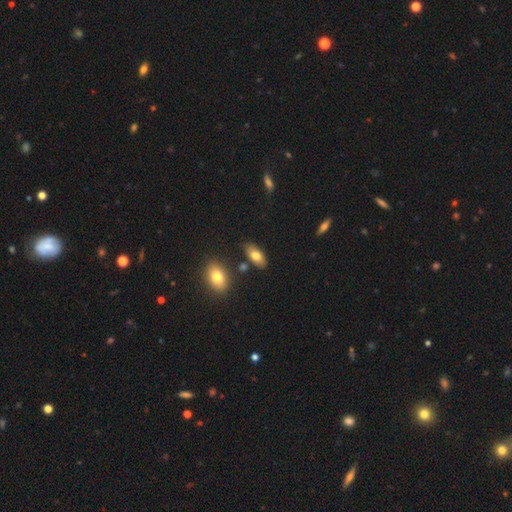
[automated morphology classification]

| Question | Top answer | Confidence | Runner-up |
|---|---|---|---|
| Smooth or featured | smooth | 75% | featured or disk (18%) |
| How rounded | in between | 88% | cigar-shaped (8%) |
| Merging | none | 78% | minor disturbance (13%) |